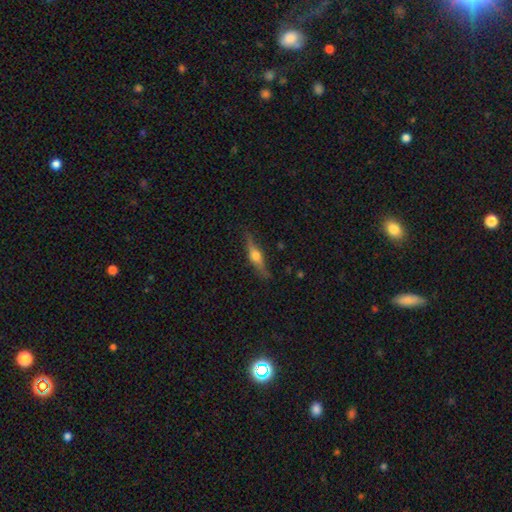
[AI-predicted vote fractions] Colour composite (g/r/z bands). It shows a featured or disk galaxy (61%) viewed edge-on (94%) with a rounded central bulge (93%). Merging: none (82%).